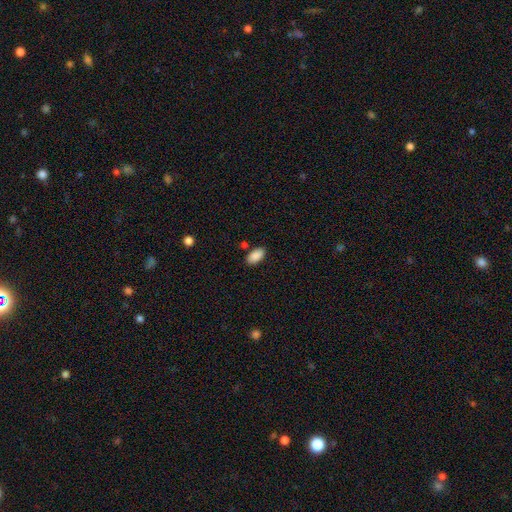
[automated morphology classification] Smooth or featured? Predicted: smooth (p=0.89). How rounded? Predicted: in between (p=0.94). Merging? Predicted: none (p=0.83).